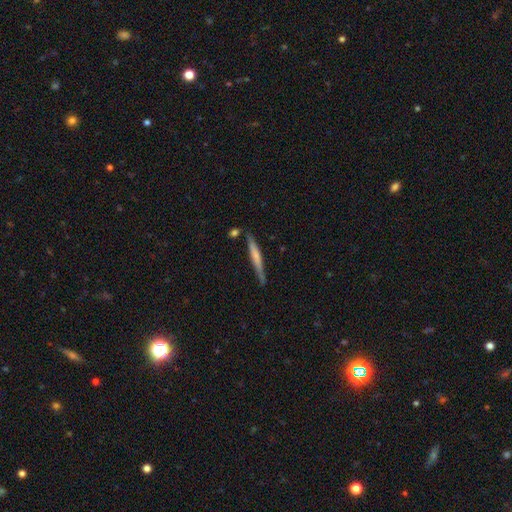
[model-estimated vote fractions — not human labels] This is possibly a smooth galaxy (51%). How rounded: clearly cigar-shaped (95%). Merging: likely none (77%).